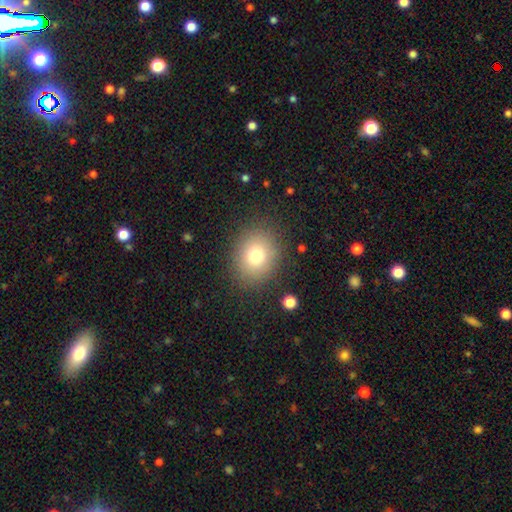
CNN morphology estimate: smooth_or_featured: smooth (p=0.76) [alt: star or artifact p=0.13]
how_rounded: round (p=0.59) [alt: in between p=0.40]
merging: none (p=0.85) [alt: minor disturbance p=0.09]